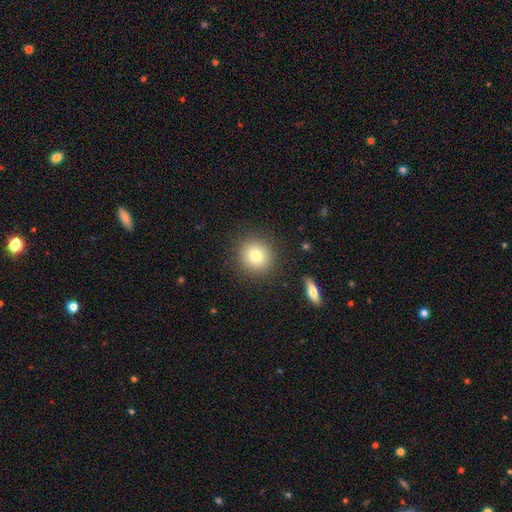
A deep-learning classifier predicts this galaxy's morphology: A smooth galaxy with no disk features (79%) that is round (91%).

Vote fractions:
- Smooth or featured? smooth: 79% / star or artifact: 11% / featured or disk: 10%
- How rounded? round: 91% / in between: 8% / cigar-shaped: 1%
- Merging? none: 88% / minor disturbance: 7% / major disturbance: 3% / merger: 2%